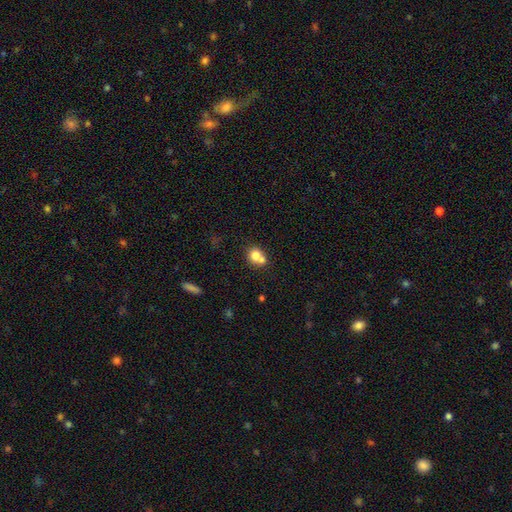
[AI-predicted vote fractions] smooth 75%, featured or disk 15%, star or artifact 10%. Down the decision tree: how rounded — round (69%); merging — merger (51%).